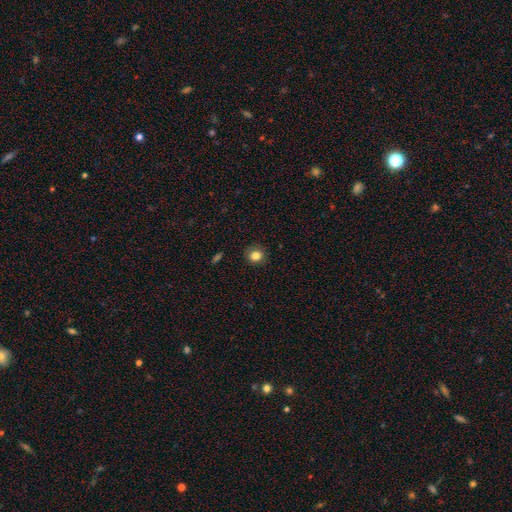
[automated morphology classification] Smooth or featured: smooth — 83% (star or artifact — 11%)
How rounded: round — 80% (in between — 19%)
Merging: none — 88% (minor disturbance — 9%)